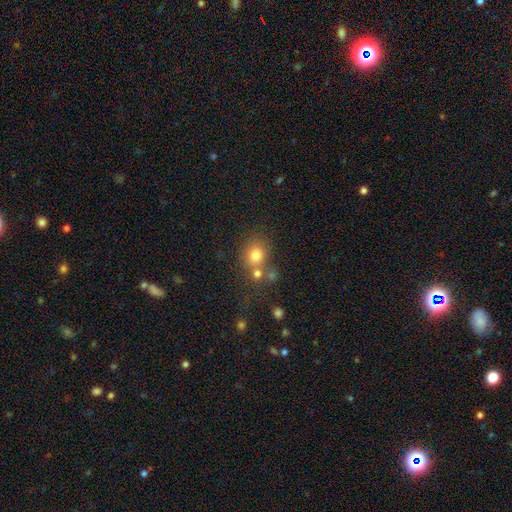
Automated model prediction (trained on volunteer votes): smooth_or_featured: smooth (p=0.76) [alt: star or artifact p=0.14]
how_rounded: round (p=0.77) [alt: in between p=0.23]
merging: none (p=0.58) [alt: merger p=0.26]